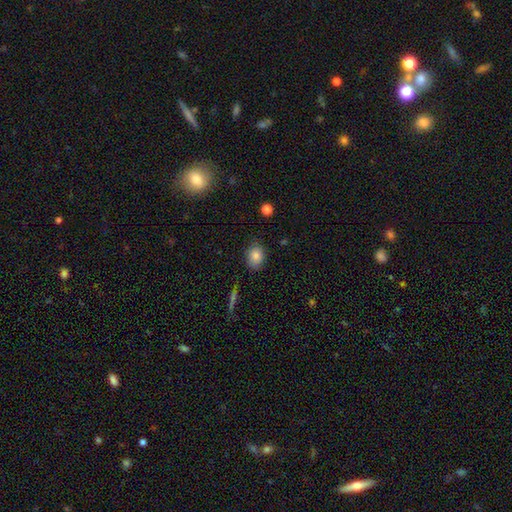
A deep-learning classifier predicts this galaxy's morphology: A smooth galaxy with no disk features (83%) that is in between round and cigar-shaped (58%). Merging: none (81%).